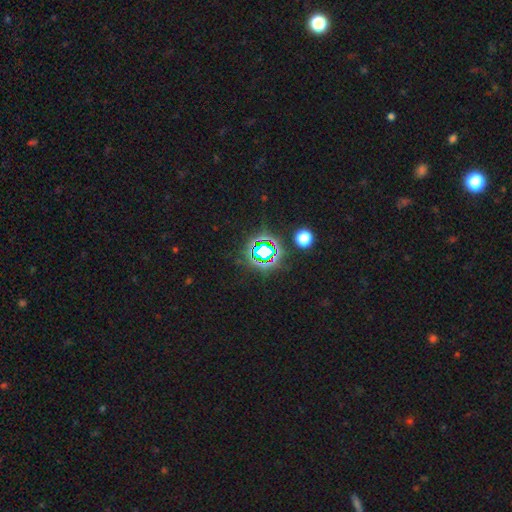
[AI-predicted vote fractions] smooth_or_featured: star or artifact (p=0.77) [alt: smooth p=0.16]